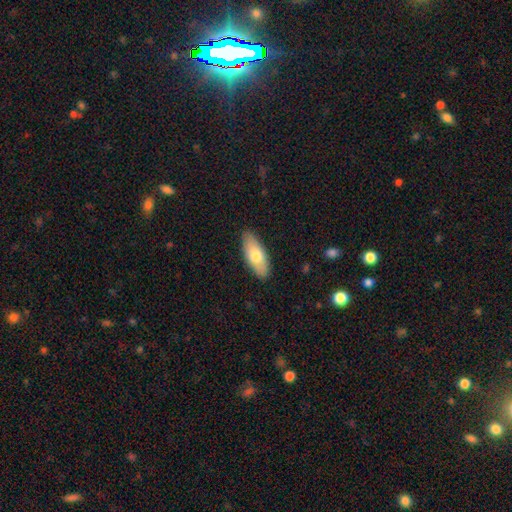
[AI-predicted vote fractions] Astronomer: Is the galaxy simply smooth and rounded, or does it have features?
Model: smooth — 72%.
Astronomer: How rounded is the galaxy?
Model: in between — 79%.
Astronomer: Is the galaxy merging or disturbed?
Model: none — 88%.